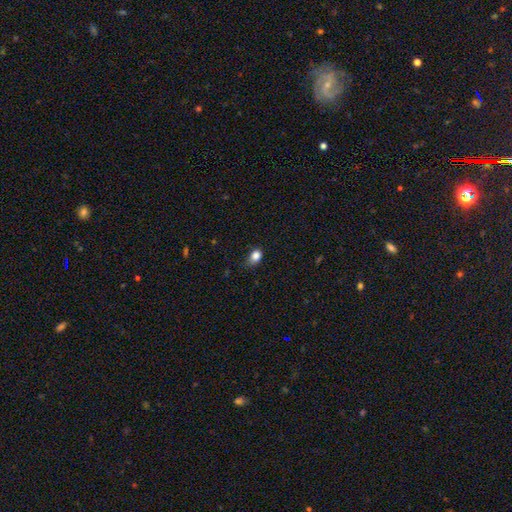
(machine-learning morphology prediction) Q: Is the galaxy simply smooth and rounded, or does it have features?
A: smooth — 84%.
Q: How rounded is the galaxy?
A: in between — 63%.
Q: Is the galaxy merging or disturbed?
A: none — 57%.